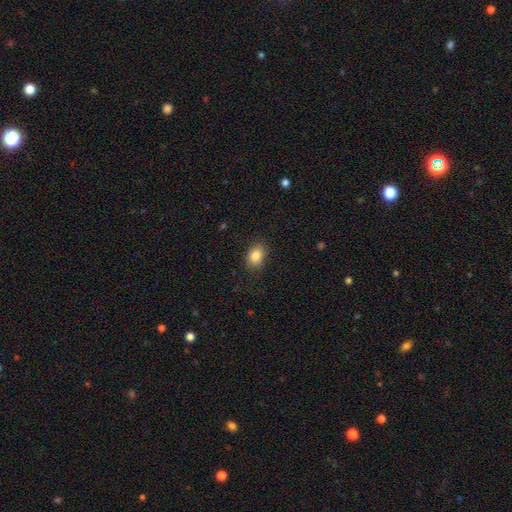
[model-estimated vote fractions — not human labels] A smooth galaxy with no disk features (85%) that is in between round and cigar-shaped (76%). Merging: none (84%).